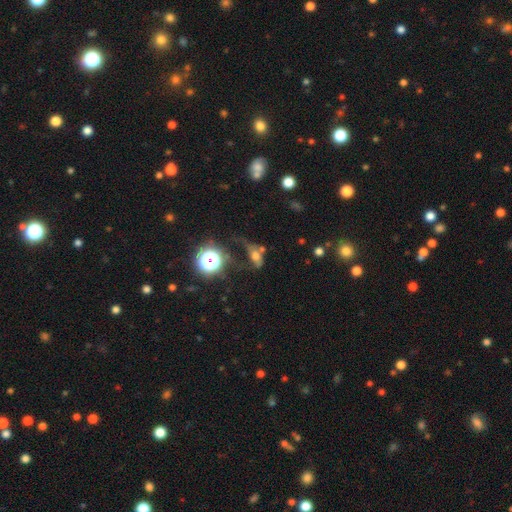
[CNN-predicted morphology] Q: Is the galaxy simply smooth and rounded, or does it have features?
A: smooth — 47%.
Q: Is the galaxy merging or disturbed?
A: major disturbance — 40%.